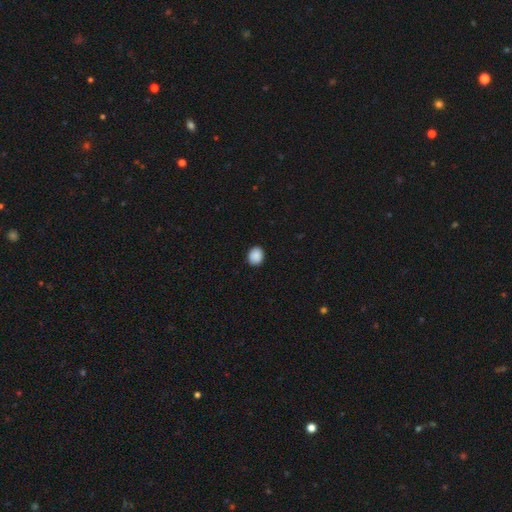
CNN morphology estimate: smooth-or-featured: smooth: 90% | star or artifact: 8% | featured or disk: 3%
  how-rounded: round: 58% | in between: 41% | cigar-shaped: 1%
  merging: none: 89% | minor disturbance: 8% | major disturbance: 2% | merger: 1%